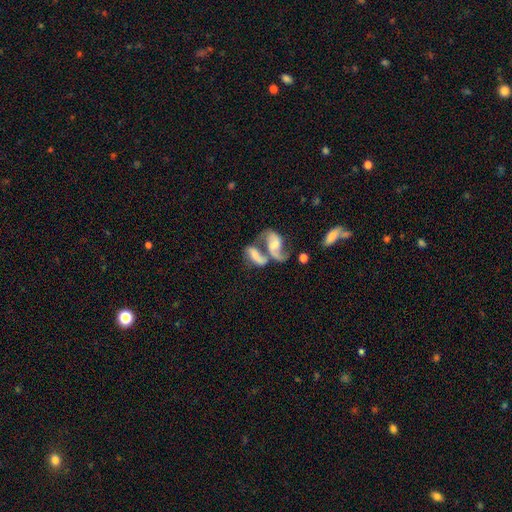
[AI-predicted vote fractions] A featured or disk galaxy (56%) with no bar (52%), spiral arms (74%) and no central bulge (33%). Merging: merger (69%).